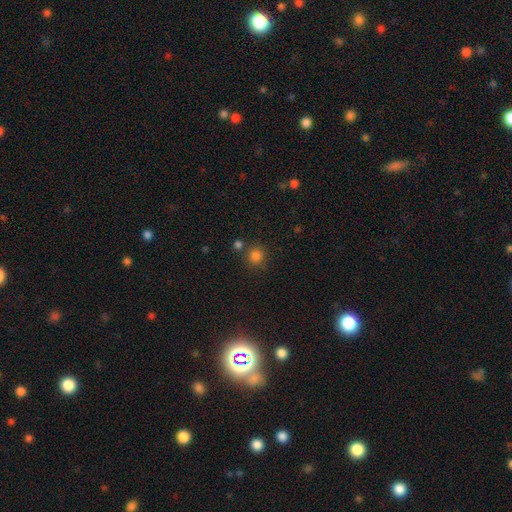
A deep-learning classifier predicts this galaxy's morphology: Smooth or featured: smooth — 81% (star or artifact — 14%)
How rounded: round — 91% (in between — 8%)
Merging: none — 76% (merger — 12%)